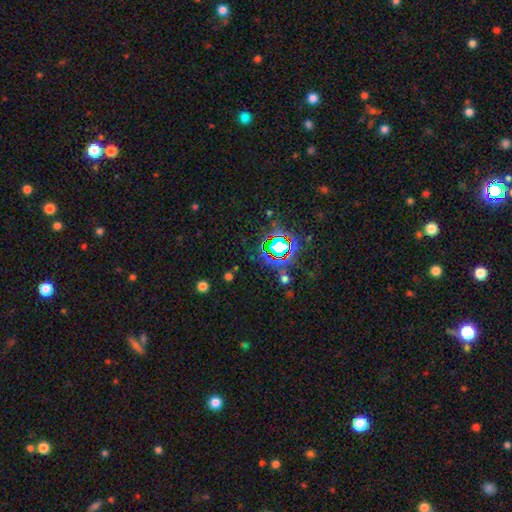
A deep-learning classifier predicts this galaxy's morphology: star or artifact 80%, smooth 12%, featured or disk 8%.